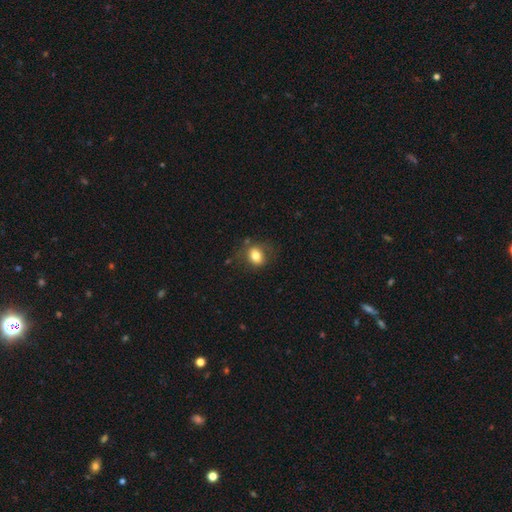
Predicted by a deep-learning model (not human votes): Smooth or featured: smooth — 78% (featured or disk — 13%)
How rounded: in between — 53% (round — 46%)
Merging: none — 70% (minor disturbance — 19%)